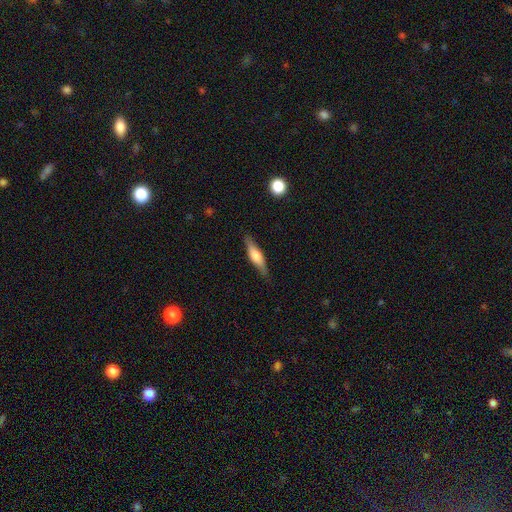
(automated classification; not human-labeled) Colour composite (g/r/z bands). It shows a smooth galaxy with no disk features (50%) that is cigar-shaped (70%). Merging: none (83%).